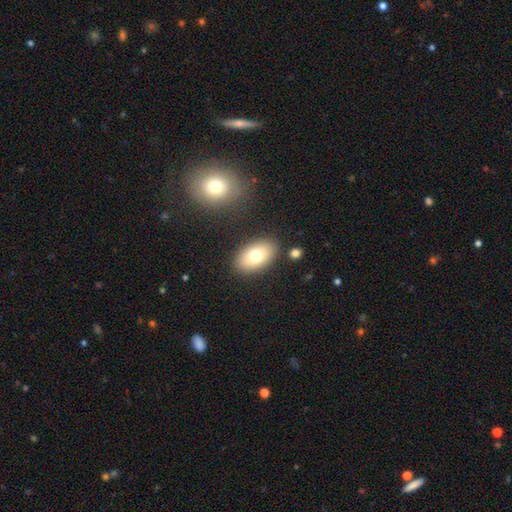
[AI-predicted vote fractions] smooth_or_featured: smooth (p=0.73) [alt: featured or disk p=0.18]
how_rounded: in between (p=0.90) [alt: round p=0.08]
merging: none (p=0.85) [alt: minor disturbance p=0.09]